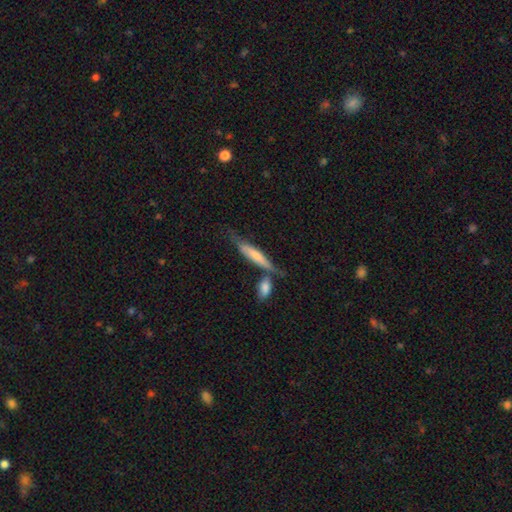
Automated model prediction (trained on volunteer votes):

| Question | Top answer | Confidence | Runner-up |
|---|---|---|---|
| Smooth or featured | smooth | 57% | featured or disk (37%) |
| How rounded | cigar-shaped | 82% | in between (16%) |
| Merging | none | 49% | merger (26%) |